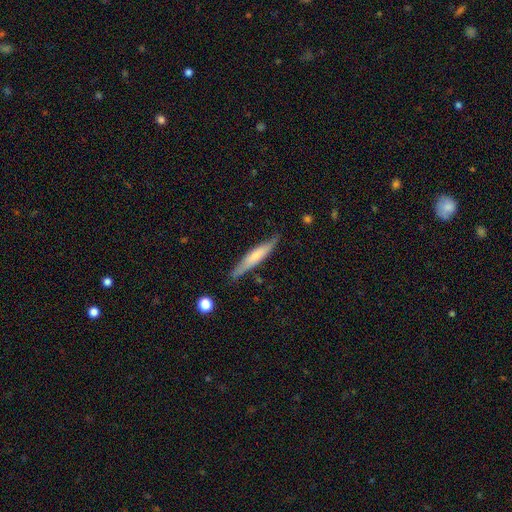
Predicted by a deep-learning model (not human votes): smooth 48%, featured or disk 46%, star or artifact 6%. Down the decision tree: merging — none (81%).